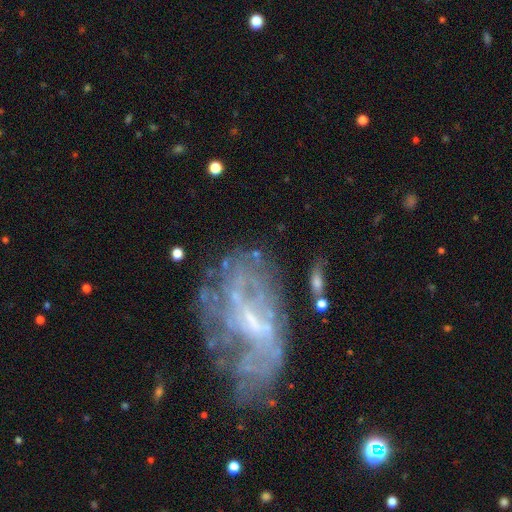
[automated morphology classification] Smooth or featured?
  - featured or disk: 66% *
  - smooth: 20%
  - star or artifact: 14%
Edge-on disk?
  - no: 93% *
  - yes: 7%
Bar?
  - no: 50% *
  - weak: 32%
  - strong: 18%
Spiral arms?
  - no: 64% *
  - yes: 36%
Bulge size?
  - none: 42% *
  - small: 29%
  - moderate: 24%
  - large: 4%
  - dominant: 2%
Merging?
  - none: 46% *
  - major disturbance: 27%
  - minor disturbance: 19%
  - merger: 8%